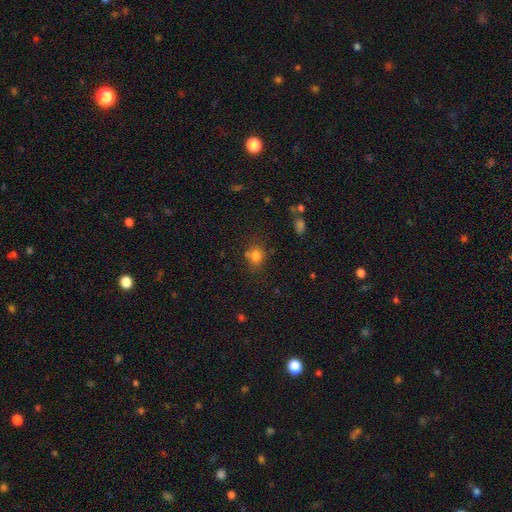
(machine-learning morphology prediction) Q: Smooth or featured?
A: smooth (78%); runner-up: star or artifact (14%)
Q: How rounded?
A: round (65%); runner-up: in between (34%)
Q: Merging?
A: none (64%); runner-up: minor disturbance (17%)